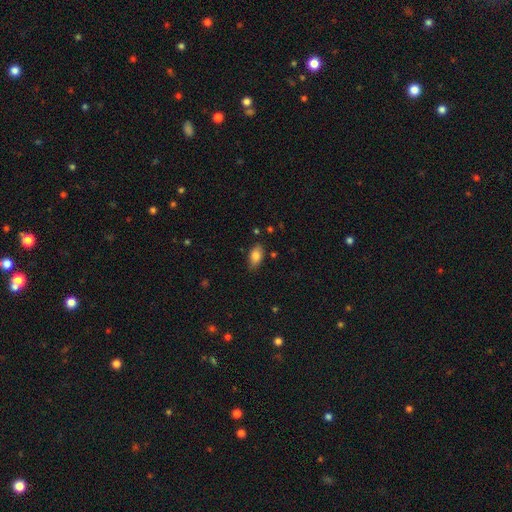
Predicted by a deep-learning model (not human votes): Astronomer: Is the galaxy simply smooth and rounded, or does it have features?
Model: smooth — 82%.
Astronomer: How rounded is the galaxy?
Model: in between — 90%.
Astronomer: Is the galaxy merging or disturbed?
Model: none — 80%.